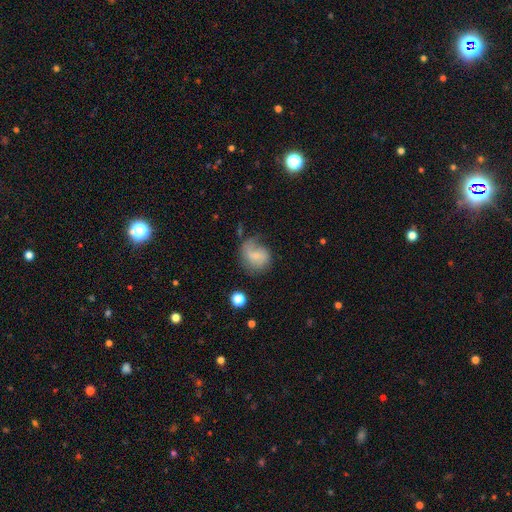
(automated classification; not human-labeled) Q: Smooth or featured?
A: smooth (57%); runner-up: featured or disk (33%)
Q: How rounded?
A: round (62%); runner-up: in between (37%)
Q: Merging?
A: none (40%); runner-up: minor disturbance (28%)